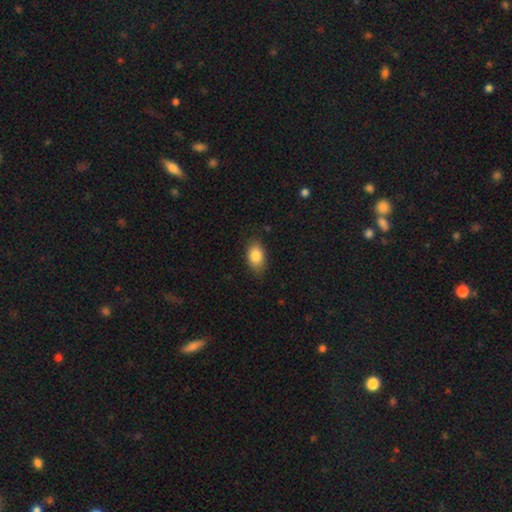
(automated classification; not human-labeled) Q: Smooth or featured?
A: smooth (84%); runner-up: featured or disk (8%)
Q: How rounded?
A: in between (88%); runner-up: round (9%)
Q: Merging?
A: none (80%); runner-up: minor disturbance (16%)